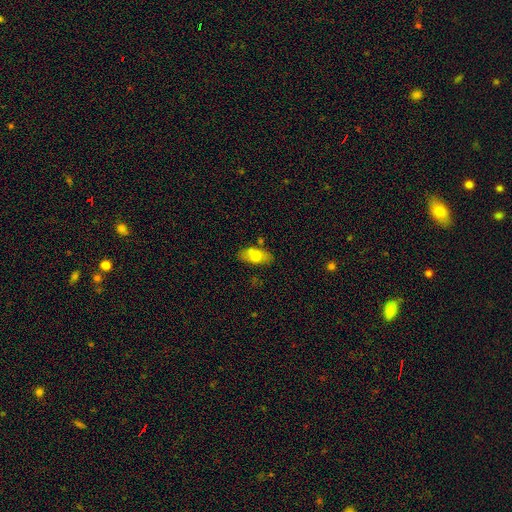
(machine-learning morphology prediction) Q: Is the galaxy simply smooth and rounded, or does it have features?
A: smooth — 67%.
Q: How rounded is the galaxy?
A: in between — 89%.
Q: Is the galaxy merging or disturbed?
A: none — 74%.